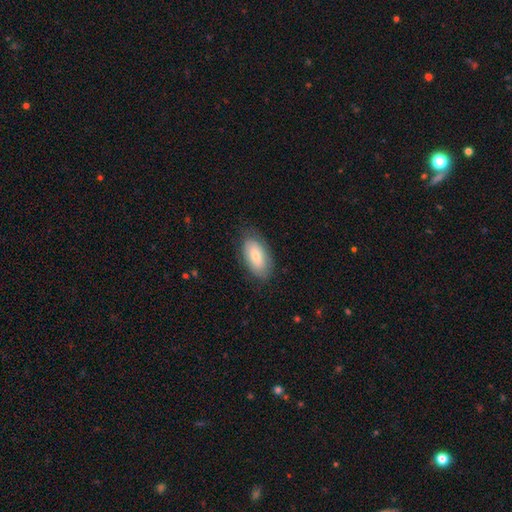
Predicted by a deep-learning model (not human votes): Overall: smooth (72%). How rounded: in between (93%). Merging: none (79%).